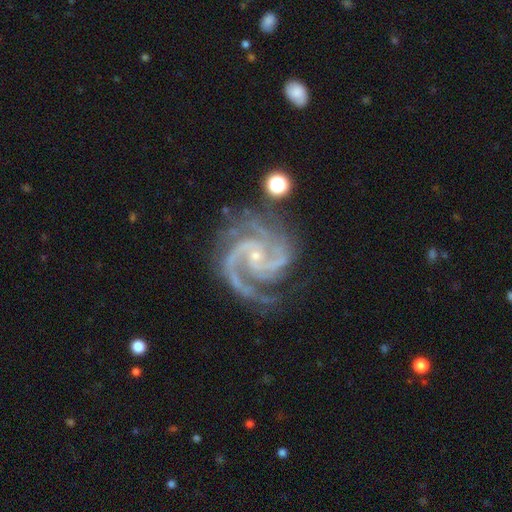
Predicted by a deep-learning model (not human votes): Morphology: type=featured or disk (94%); edge-on=no (98%); bar=no (61%); spiral arms=yes (99%); winding=medium (48%); arm count=3 (43%); bulge=small (85%); merging=none (71%).